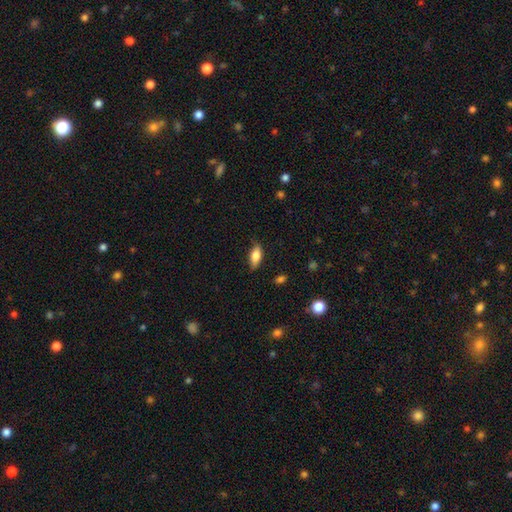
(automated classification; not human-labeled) smooth 79%, featured or disk 14%, star or artifact 7%. Down the decision tree: how rounded — in between (83%); merging — none (79%).